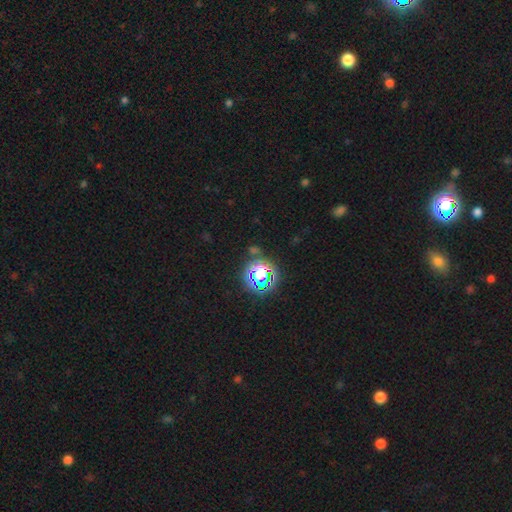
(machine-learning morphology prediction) A star or artifact, not a galaxy (73%).